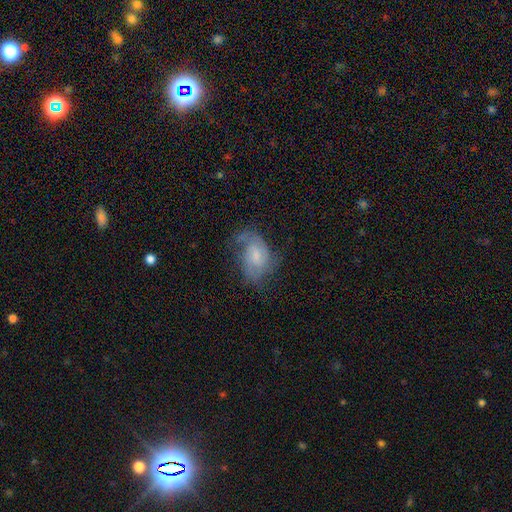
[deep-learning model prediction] Morphology: type=featured or disk (64%); edge-on=no (97%); bar=no (49%); spiral arms=yes (86%); winding=medium (44%); arm count=2 (50%); bulge=small (46%); merging=none (48%).